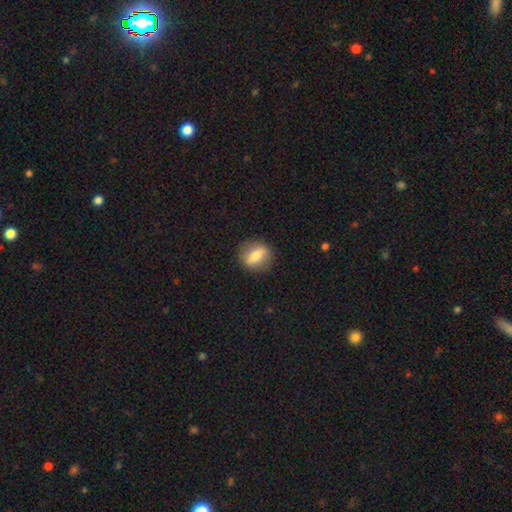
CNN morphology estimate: A smooth galaxy with no disk features (55%) that is round (55%).

Vote fractions:
- Smooth or featured? smooth: 55% / featured or disk: 38% / star or artifact: 8%
- How rounded? round: 55% / in between: 37% / cigar-shaped: 7%
- Merging? none: 87% / minor disturbance: 9% / major disturbance: 3% / merger: 1%